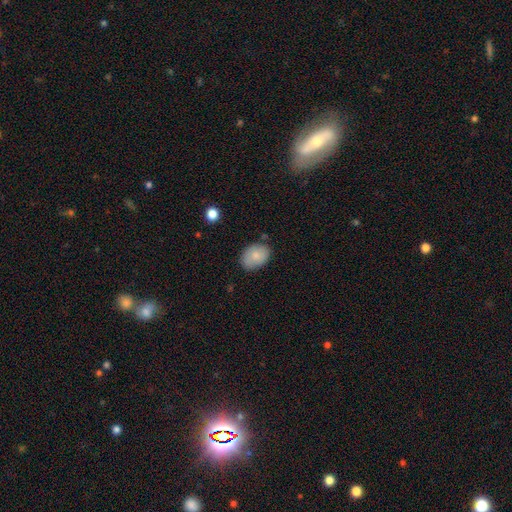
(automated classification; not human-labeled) smooth 82%, featured or disk 11%, star or artifact 7%. Down the decision tree: how rounded — in between (78%); merging — none (78%).